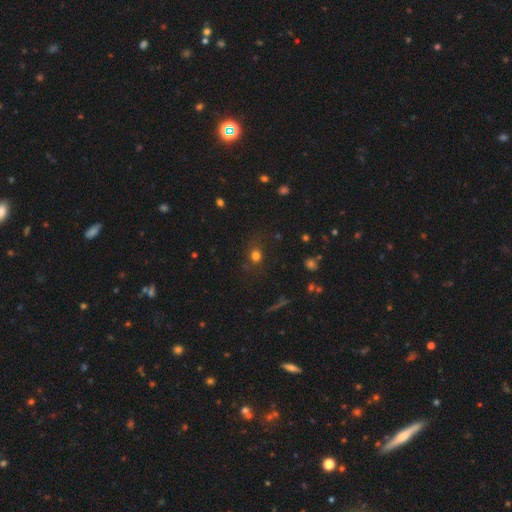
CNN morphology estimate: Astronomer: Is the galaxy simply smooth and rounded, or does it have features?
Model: smooth — 74%.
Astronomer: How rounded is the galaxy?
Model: round — 74%.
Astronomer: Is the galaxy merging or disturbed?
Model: none — 75%.